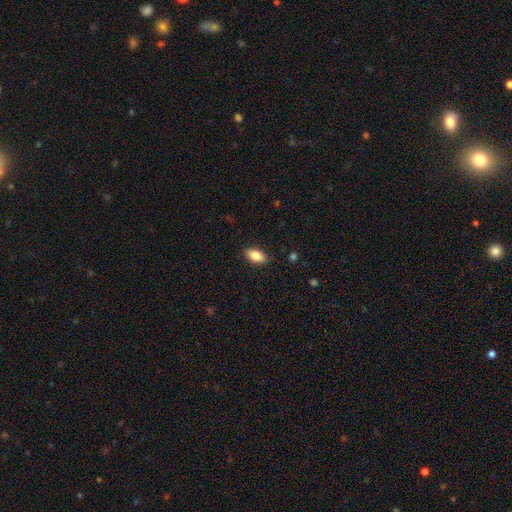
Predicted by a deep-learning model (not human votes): Smooth or featured?
  - smooth: 84% *
  - featured or disk: 9%
  - star or artifact: 7%
How rounded?
  - in between: 91% *
  - round: 5%
  - cigar-shaped: 4%
Merging?
  - none: 87% *
  - minor disturbance: 10%
  - major disturbance: 2%
  - merger: 1%